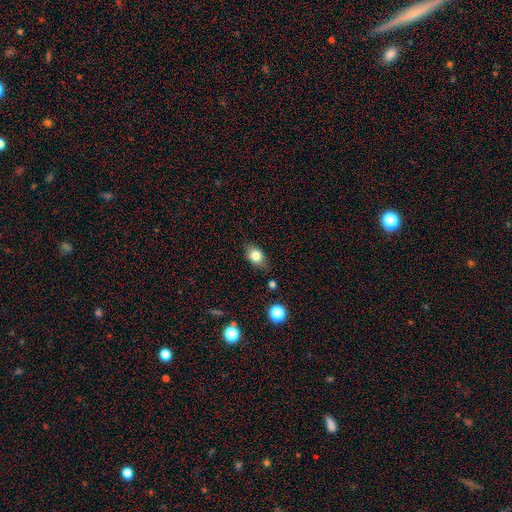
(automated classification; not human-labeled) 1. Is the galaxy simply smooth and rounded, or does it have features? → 78% smooth, 13% featured or disk, 9% star or artifact.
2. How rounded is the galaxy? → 68% in between, 29% round, 3% cigar-shaped.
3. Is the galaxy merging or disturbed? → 74% none, 19% minor disturbance, 4% major disturbance, 2% merger.